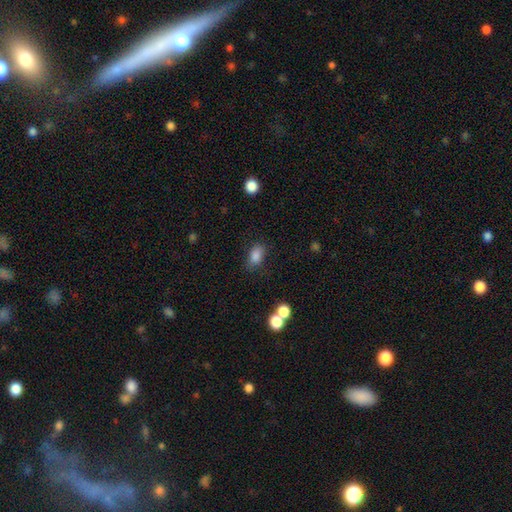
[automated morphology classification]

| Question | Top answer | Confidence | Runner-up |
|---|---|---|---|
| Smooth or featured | smooth | 85% | star or artifact (9%) |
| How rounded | in between | 86% | round (12%) |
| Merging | none | 77% | minor disturbance (15%) |